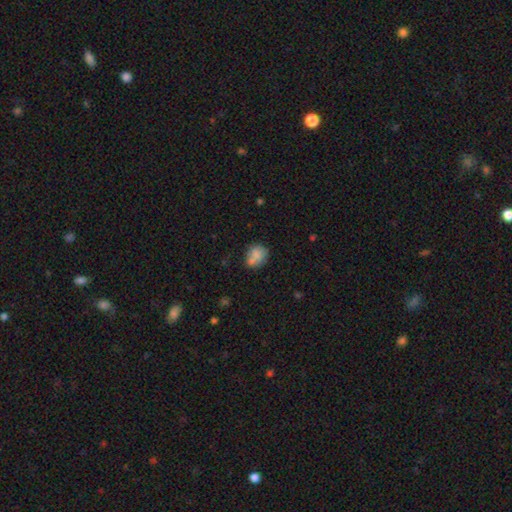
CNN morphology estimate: A smooth galaxy with no disk features (68%) that is round (58%).

Vote fractions:
- Smooth or featured? smooth: 68% / featured or disk: 23% / star or artifact: 9%
- How rounded? round: 58% / in between: 41% / cigar-shaped: 1%
- Merging? none: 45% / merger: 25% / minor disturbance: 21% / major disturbance: 8%